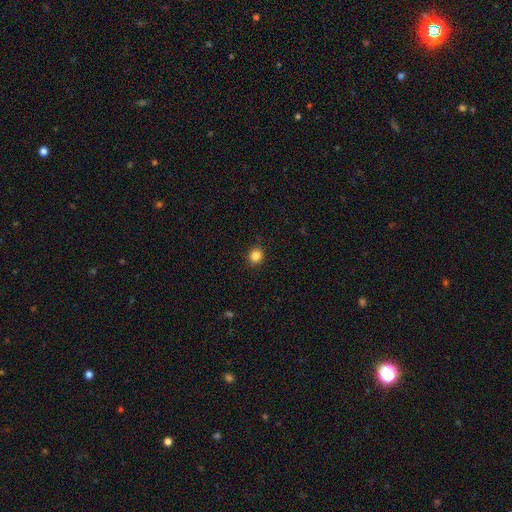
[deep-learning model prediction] Smooth or featured? Predicted: smooth (p=0.85). How rounded? Predicted: round (p=0.83). Merging? Predicted: none (p=0.91).